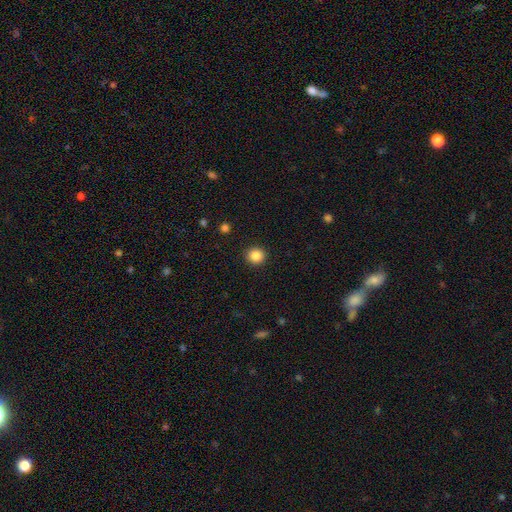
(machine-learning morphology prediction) Smooth or featured? smooth (86%)
How rounded? round (91%)
Merging? none (92%)